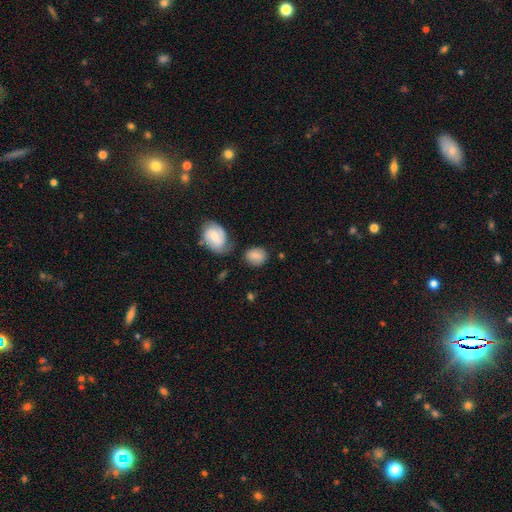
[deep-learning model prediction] Morphology: type=smooth (74%); roundness=in between (52%); merging=none (60%).